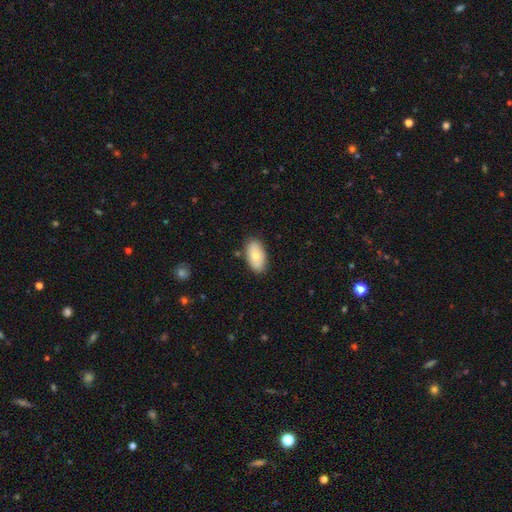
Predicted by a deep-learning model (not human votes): A smooth galaxy with no disk features (73%) that is in between round and cigar-shaped (94%).

Vote fractions:
- Smooth or featured? smooth: 73% / featured or disk: 21% / star or artifact: 7%
- How rounded? in between: 94% / round: 4% / cigar-shaped: 2%
- Merging? none: 84% / minor disturbance: 12% / major disturbance: 2% / merger: 2%